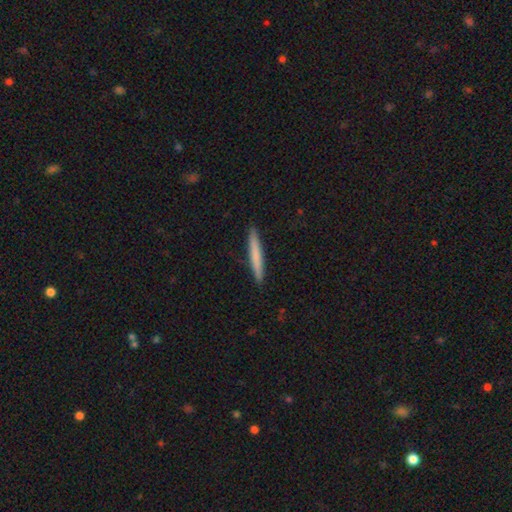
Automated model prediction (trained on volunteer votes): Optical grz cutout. It shows a smooth galaxy with no disk features (70%) that is cigar-shaped (97%). Merging: none (92%).